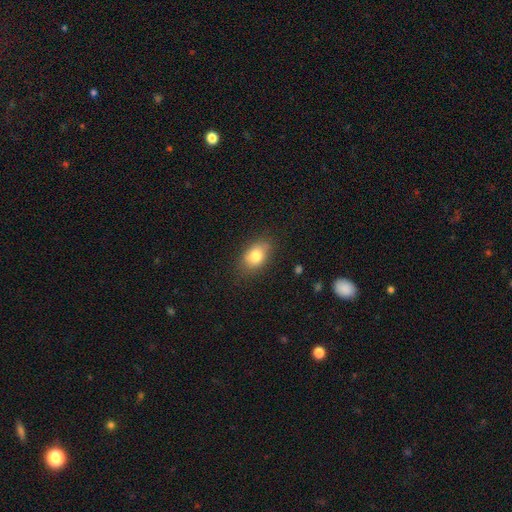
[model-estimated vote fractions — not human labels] The model was most divided on "merging": none: 79%, minor disturbance: 16%, major disturbance: 4%, merger: 1%. More confident: how rounded — in between (82%); smooth or featured — smooth (78%).